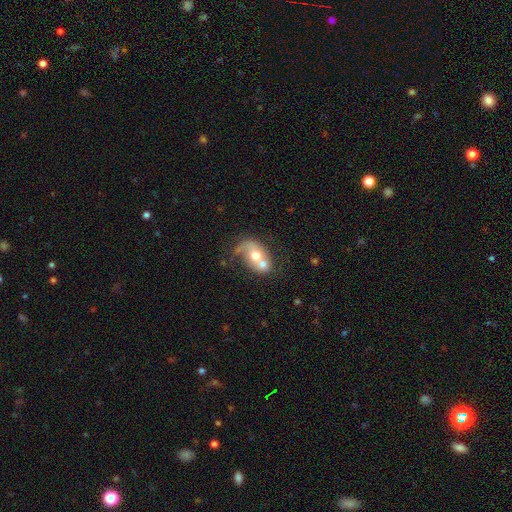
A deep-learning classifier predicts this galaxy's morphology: A smooth galaxy with no disk features (47%).

Vote fractions:
- Smooth or featured? smooth: 47% / featured or disk: 45% / star or artifact: 8%
- Merging? merger: 62% / none: 18% / minor disturbance: 11% / major disturbance: 10%